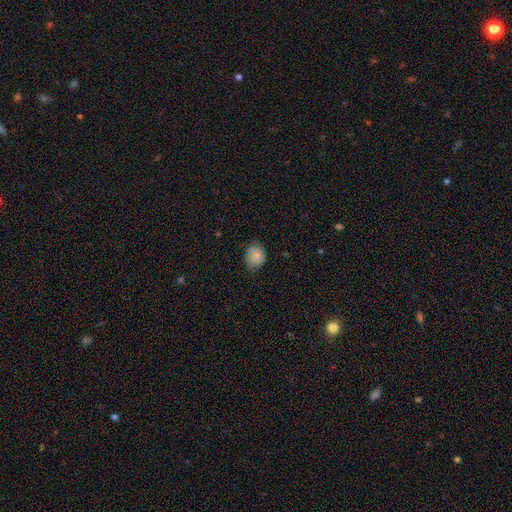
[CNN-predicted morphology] Smooth or featured? smooth (82%)
How rounded? round (59%)
Merging? none (66%)